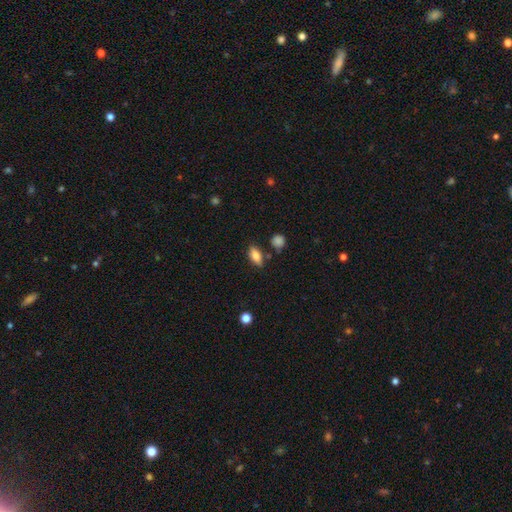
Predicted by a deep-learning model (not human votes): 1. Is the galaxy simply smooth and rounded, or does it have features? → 78% smooth, 14% featured or disk, 8% star or artifact.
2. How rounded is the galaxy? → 82% in between, 12% cigar-shaped, 6% round.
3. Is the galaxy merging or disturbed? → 79% none, 14% minor disturbance, 4% merger, 3% major disturbance.